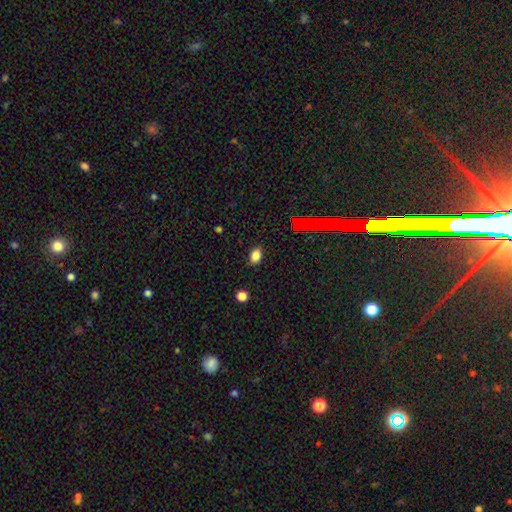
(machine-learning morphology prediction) smooth-or-featured: smooth: 82% | star or artifact: 13% | featured or disk: 5%
  how-rounded: in between: 81% | round: 17% | cigar-shaped: 2%
  merging: none: 87% | minor disturbance: 10% | major disturbance: 2% | merger: 1%